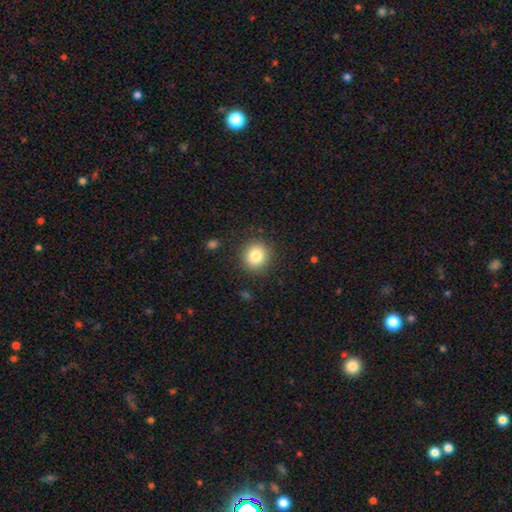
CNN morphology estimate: Q: Smooth or featured?
A: smooth (82%); runner-up: star or artifact (10%)
Q: How rounded?
A: round (88%); runner-up: in between (11%)
Q: Merging?
A: none (89%); runner-up: minor disturbance (7%)